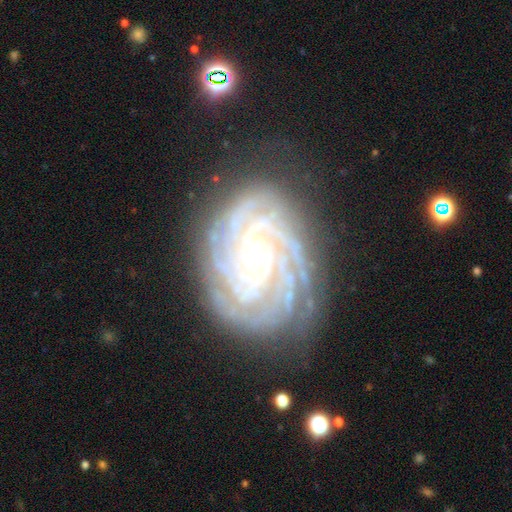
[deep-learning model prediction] smooth-or-featured: featured or disk: 92% | star or artifact: 5% | smooth: 3%
  disk-edge-on: no: 98% | yes: 2%
    bar: no: 64% | weak: 25% | strong: 11%
    has-spiral-arms: yes: 99% | no: 1%
      spiral-winding: tight: 82% | medium: 16% | loose: 2%
      spiral-arm-count: 4: 30% | more than 4: 22% | 3: 18% | can't tell: 14% | 2: 9% | 1: 7%
    bulge-size: small: 66% | moderate: 31% | large: 1% | none: 1% | dominant: 1%
  merging: none: 79% | minor disturbance: 15% | major disturbance: 5% | merger: 1%